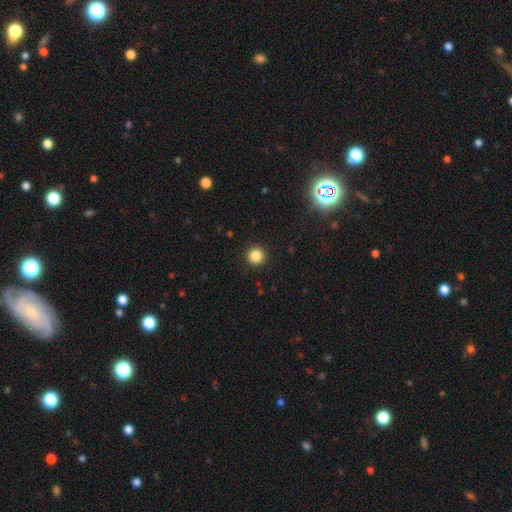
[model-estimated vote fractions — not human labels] Smooth or featured?
  - smooth: 85% *
  - star or artifact: 12%
  - featured or disk: 3%
How rounded?
  - round: 95% *
  - in between: 4%
  - cigar-shaped: 1%
Merging?
  - none: 92% *
  - minor disturbance: 5%
  - major disturbance: 2%
  - merger: 1%